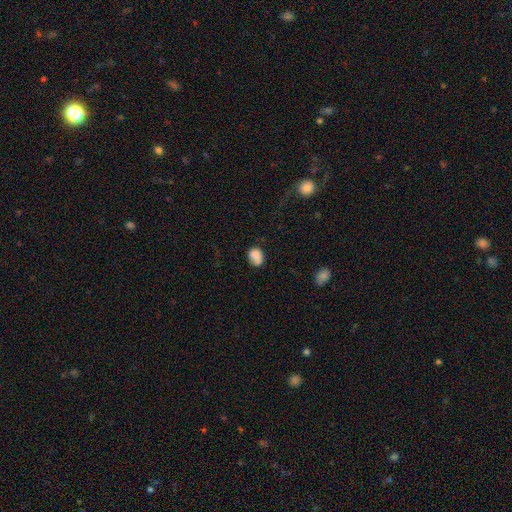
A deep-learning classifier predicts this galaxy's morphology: type=smooth (82%); roundness=in between (53%); merging=none (56%).